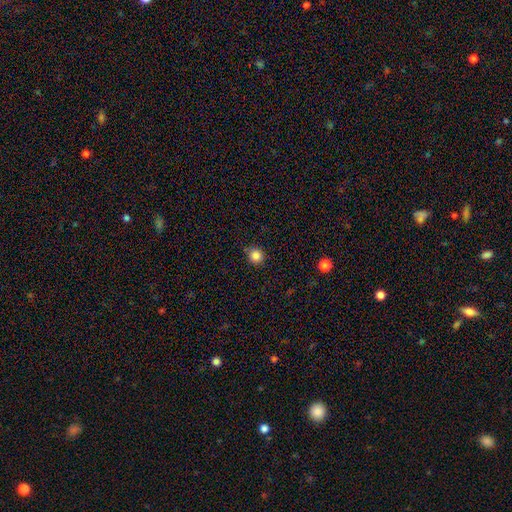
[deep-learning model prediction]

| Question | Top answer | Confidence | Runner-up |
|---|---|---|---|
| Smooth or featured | smooth | 85% | star or artifact (11%) |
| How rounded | round | 91% | in between (8%) |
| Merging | none | 84% | minor disturbance (11%) |